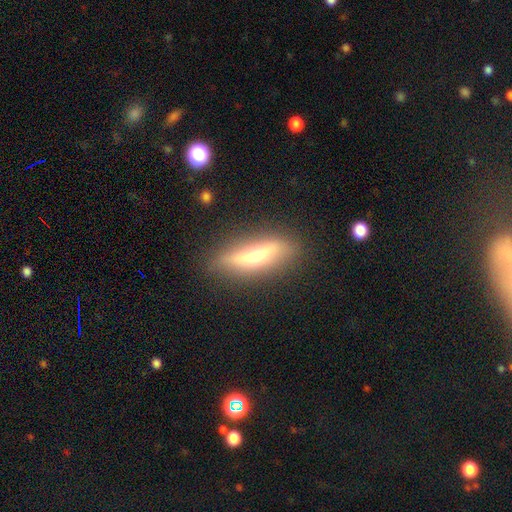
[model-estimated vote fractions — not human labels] A smooth galaxy with no disk features (49%). Merging: none (77%).